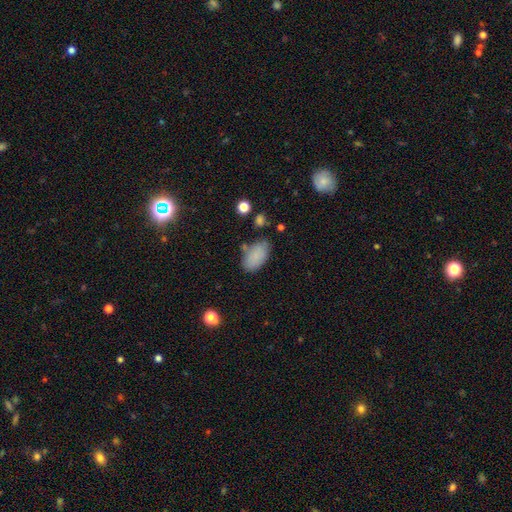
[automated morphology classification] Smooth or featured?
  - smooth: 85% *
  - star or artifact: 8%
  - featured or disk: 7%
How rounded?
  - in between: 94% *
  - round: 4%
  - cigar-shaped: 2%
Merging?
  - none: 70% *
  - minor disturbance: 19%
  - merger: 6%
  - major disturbance: 5%